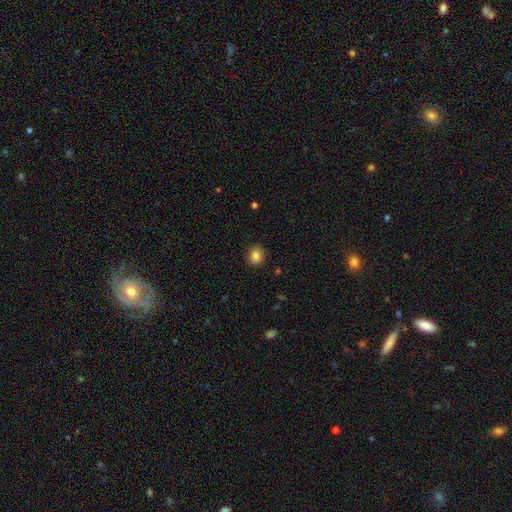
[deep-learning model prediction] smooth_or_featured: smooth (p=0.86) [alt: star or artifact p=0.10]
how_rounded: round (p=0.65) [alt: in between p=0.34]
merging: none (p=0.89) [alt: minor disturbance p=0.08]